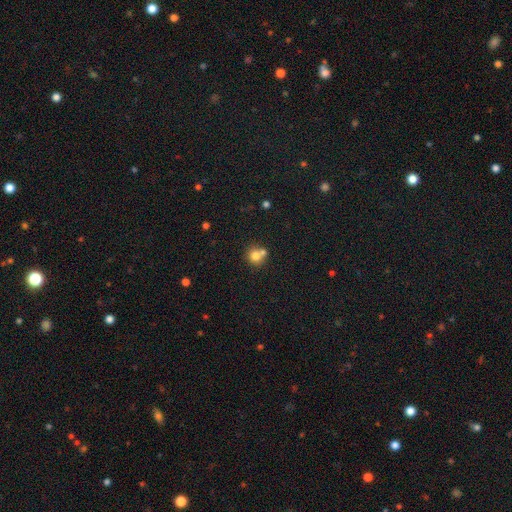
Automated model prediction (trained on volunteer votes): This is likely a smooth galaxy (76%). How rounded: clearly round (89%). Merging: possibly none (51%).